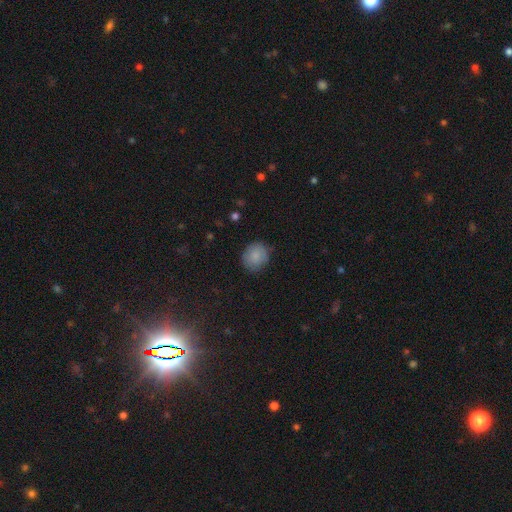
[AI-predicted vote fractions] Smooth or featured? Predicted: smooth (p=0.85). How rounded? Predicted: round (p=0.81). Merging? Predicted: none (p=0.84).